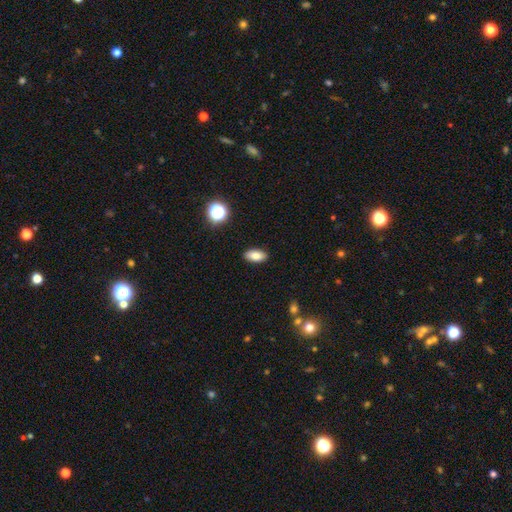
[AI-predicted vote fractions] Smooth or featured: smooth — 82% (star or artifact — 10%)
How rounded: in between — 89% (cigar-shaped — 6%)
Merging: none — 90% (minor disturbance — 7%)